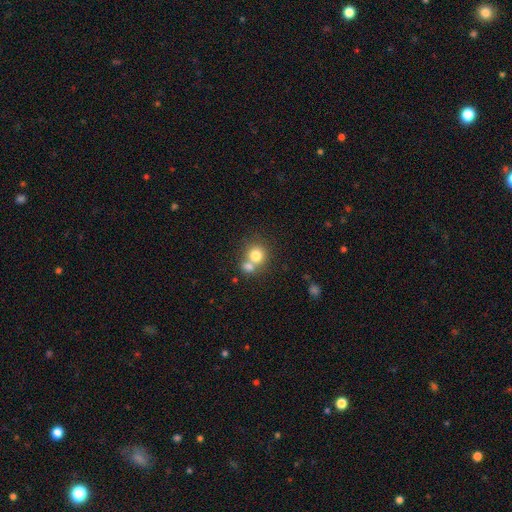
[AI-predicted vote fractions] smooth_or_featured: smooth (p=0.77) [alt: featured or disk p=0.12]
how_rounded: round (p=0.83) [alt: in between p=0.16]
merging: merger (p=0.51) [alt: none p=0.39]